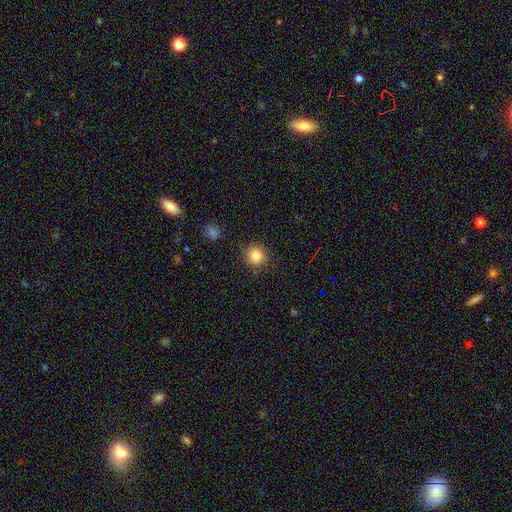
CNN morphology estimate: Smooth or featured?
  - smooth: 84% *
  - star or artifact: 11%
  - featured or disk: 5%
How rounded?
  - round: 93% *
  - in between: 6%
  - cigar-shaped: 1%
Merging?
  - none: 89% *
  - minor disturbance: 7%
  - major disturbance: 2%
  - merger: 2%